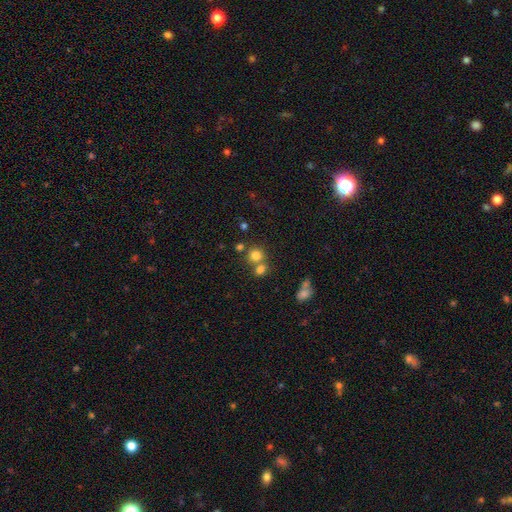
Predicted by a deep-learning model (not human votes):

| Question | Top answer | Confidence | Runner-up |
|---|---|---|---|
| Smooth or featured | smooth | 77% | star or artifact (14%) |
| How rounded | round | 85% | in between (14%) |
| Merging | none | 54% | merger (36%) |